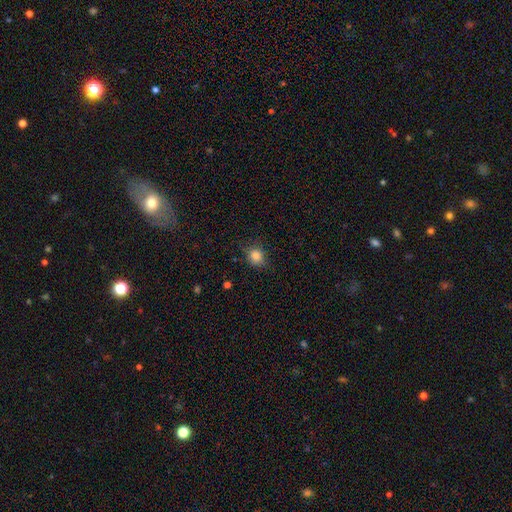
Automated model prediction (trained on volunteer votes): smooth_or_featured: smooth (p=0.84) [alt: star or artifact p=0.11]
how_rounded: round (p=0.76) [alt: in between p=0.23]
merging: none (p=0.76) [alt: minor disturbance p=0.18]